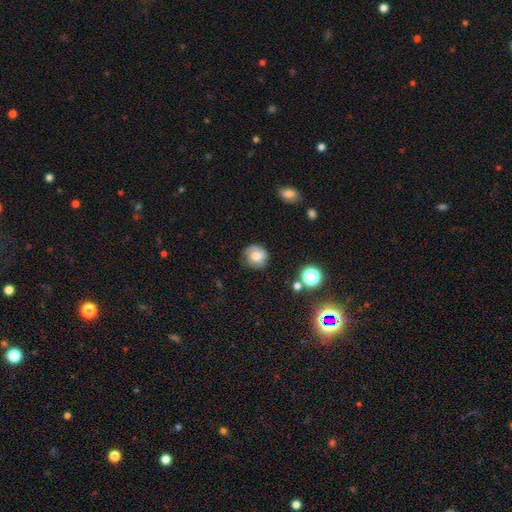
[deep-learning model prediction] smooth-or-featured: smooth: 57% | featured or disk: 32% | star or artifact: 11%
  how-rounded: round: 85% | in between: 14% | cigar-shaped: 1%
  merging: none: 71% | minor disturbance: 20% | major disturbance: 7% | merger: 2%